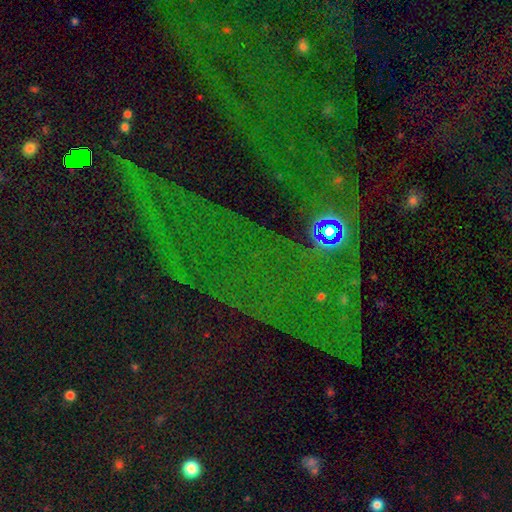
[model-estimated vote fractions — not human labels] star or artifact 75%, smooth 12%, featured or disk 12%.